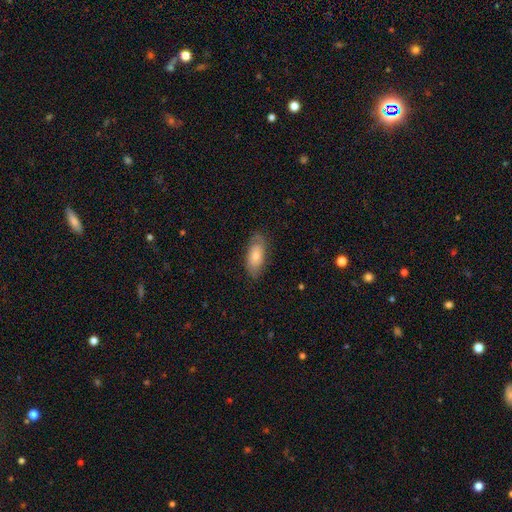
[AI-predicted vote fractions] This is possibly a smooth galaxy (54%). How rounded: clearly in between (85%). Merging: likely none (78%).